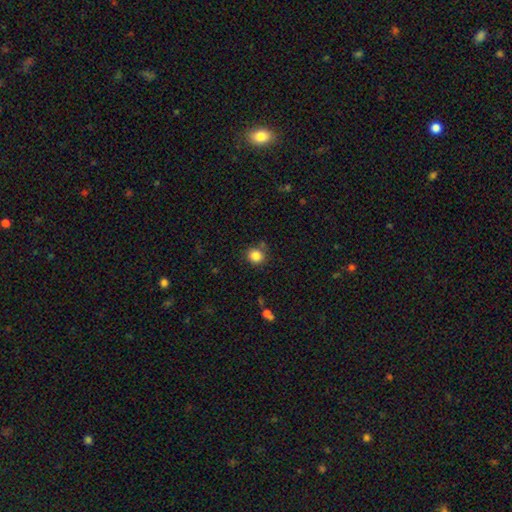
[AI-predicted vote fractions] smooth 84%, star or artifact 11%, featured or disk 5%. Down the decision tree: how rounded — round (84%); merging — none (78%).